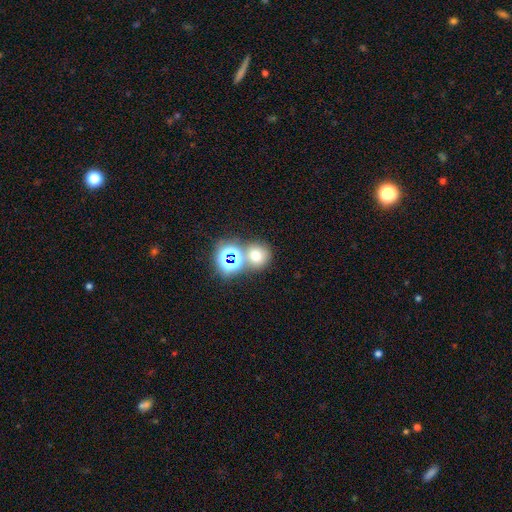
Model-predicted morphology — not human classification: Overall: smooth (61%; star or artifact 29%). How rounded: round (82%). Merging: none (59%; merger 28%).